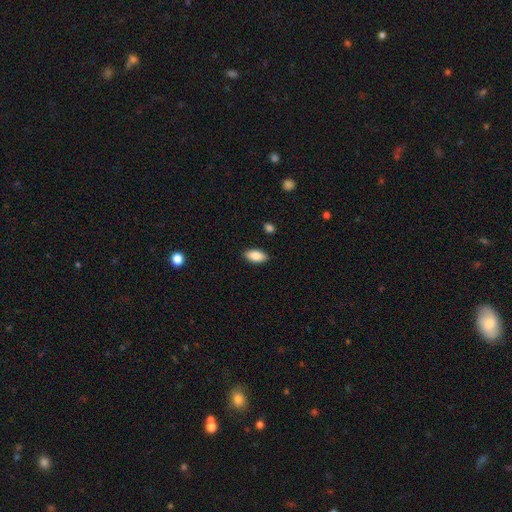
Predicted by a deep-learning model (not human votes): The model was most divided on "smooth or featured": smooth: 86%, featured or disk: 7%, star or artifact: 7%. More confident: how rounded — in between (91%); merging — none (89%).